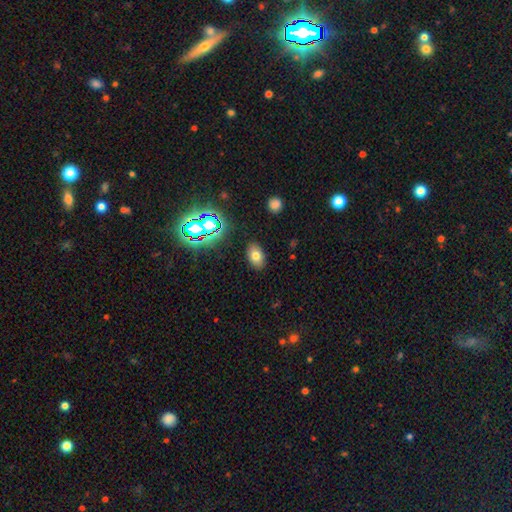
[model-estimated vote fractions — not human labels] Smooth or featured: smooth — 72% (star or artifact — 16%)
How rounded: in between — 87% (round — 11%)
Merging: none — 87% (minor disturbance — 9%)